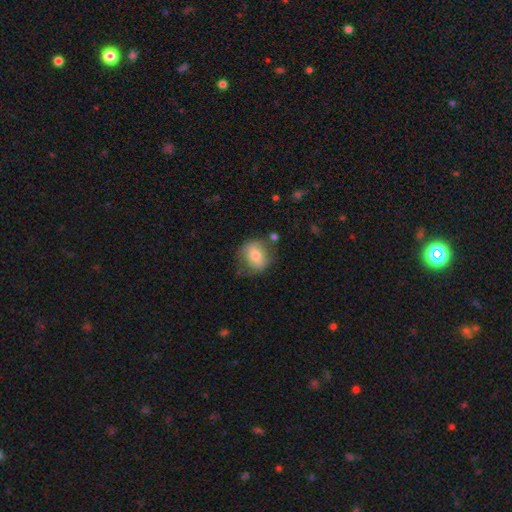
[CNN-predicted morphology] Smooth or featured? Predicted: smooth (p=0.68). How rounded? Predicted: round (p=0.64). Merging? Predicted: none (p=0.66).